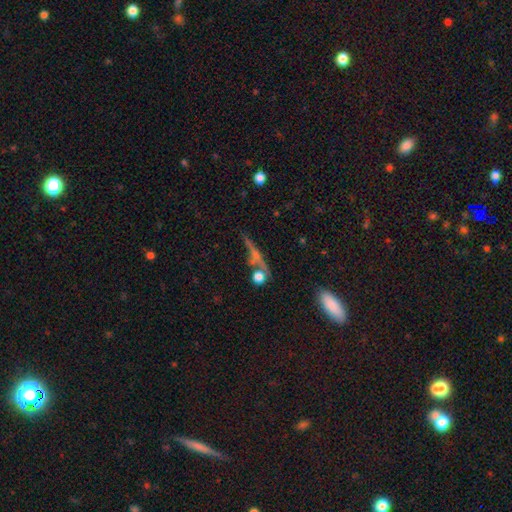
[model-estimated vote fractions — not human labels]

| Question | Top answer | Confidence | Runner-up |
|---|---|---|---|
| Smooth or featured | featured or disk | 51% | smooth (32%) |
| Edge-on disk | yes | 85% | no (15%) |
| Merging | none | 67% | merger (14%) |